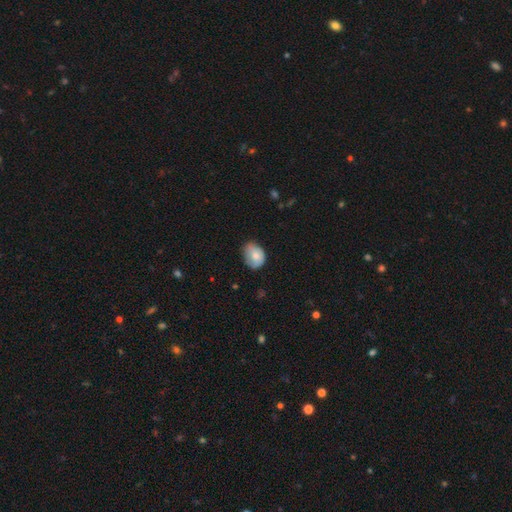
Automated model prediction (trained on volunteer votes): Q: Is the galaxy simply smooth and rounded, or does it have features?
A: smooth — 74%.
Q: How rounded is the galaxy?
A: in between — 61%.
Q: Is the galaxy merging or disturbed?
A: none — 54%.